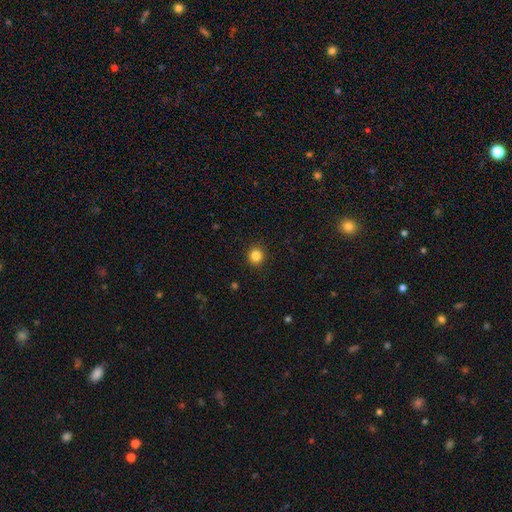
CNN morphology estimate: A smooth galaxy with no disk features (84%) that is round (92%).

Vote fractions:
- Smooth or featured? smooth: 84% / star or artifact: 12% / featured or disk: 4%
- How rounded? round: 92% / in between: 7% / cigar-shaped: 1%
- Merging? none: 92% / minor disturbance: 5% / major disturbance: 2% / merger: 1%